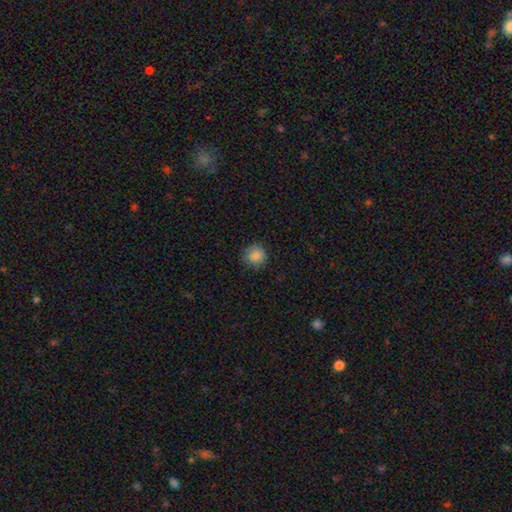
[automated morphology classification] A smooth galaxy with no disk features (87%) that is round (92%).

Vote fractions:
- Smooth or featured? smooth: 87% / star or artifact: 10% / featured or disk: 4%
- How rounded? round: 92% / in between: 7% / cigar-shaped: 1%
- Merging? none: 86% / minor disturbance: 10% / major disturbance: 2% / merger: 1%